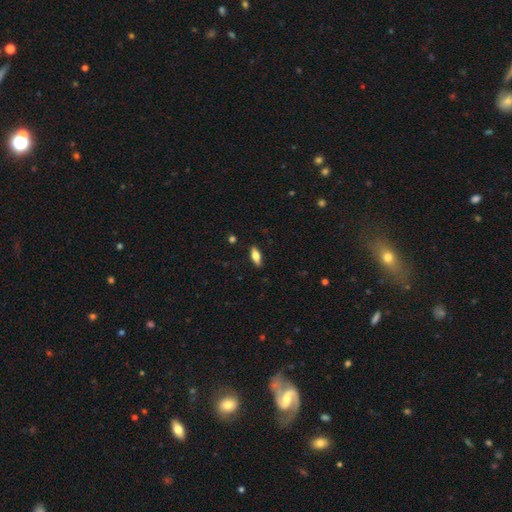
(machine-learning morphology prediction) smooth 65%, featured or disk 28%, star or artifact 7%. Down the decision tree: how rounded — in between (72%); merging — none (88%).